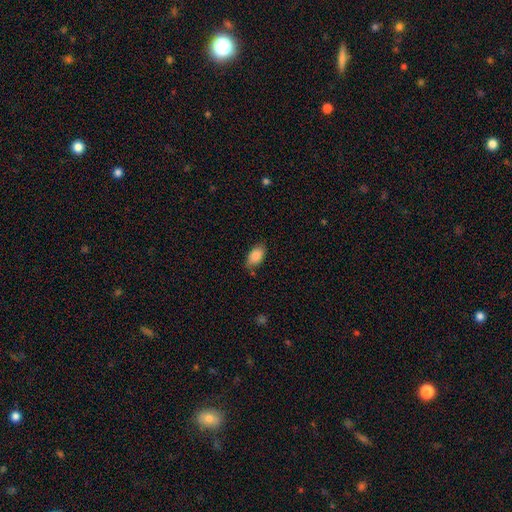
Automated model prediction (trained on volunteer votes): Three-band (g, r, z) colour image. It shows a smooth galaxy with no disk features (86%) that is in between round and cigar-shaped (93%). Merging: none (76%).